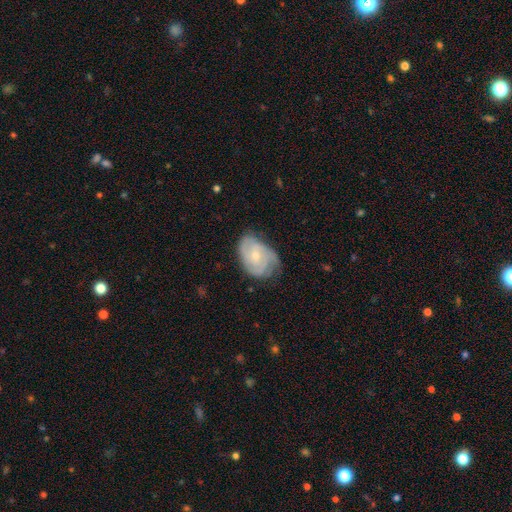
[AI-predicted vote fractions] A featured or disk galaxy (78%) with no bar (67%), 3 (38%) tight (59%) spiral arms (95%) and a small central bulge (57%).

Vote fractions:
- Smooth or featured? featured or disk: 78% / smooth: 17% / star or artifact: 5%
- Edge-on disk? no: 97% / yes: 3%
- Bar? no: 67% / weak: 29% / strong: 4%
- Spiral arms? yes: 95% / no: 5%
- Spiral winding? tight: 59% / medium: 34% / loose: 7%
- Spiral arm count? 3: 38% / can't tell: 22% / 2: 21% / 4: 11% / 1: 4% / more than 4: 4%
- Bulge size? small: 57% / moderate: 38% / none: 2% / large: 1% / dominant: 1%
- Merging? none: 63% / minor disturbance: 28% / major disturbance: 8% / merger: 1%